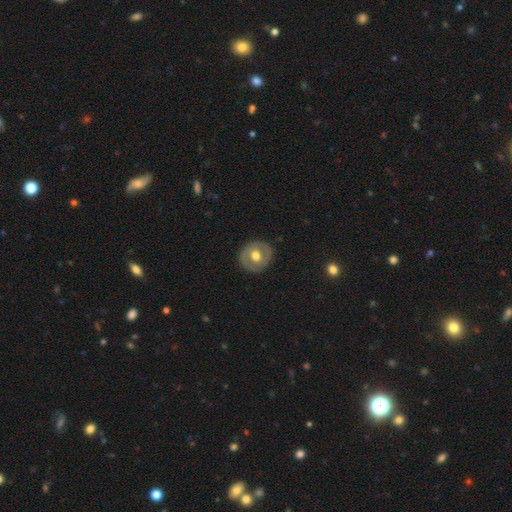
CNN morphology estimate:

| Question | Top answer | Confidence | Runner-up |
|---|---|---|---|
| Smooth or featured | featured or disk | 49% | smooth (45%) |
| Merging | none | 86% | minor disturbance (10%) |